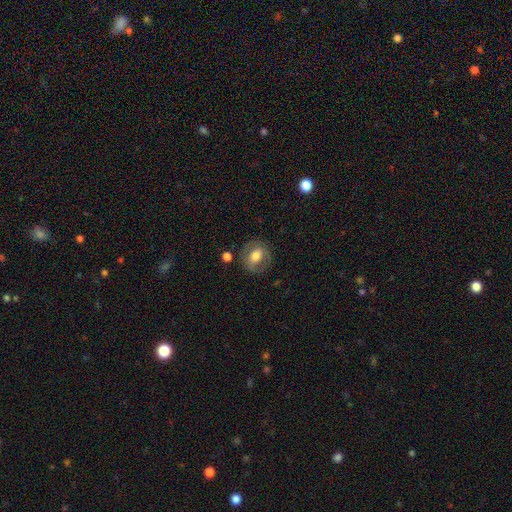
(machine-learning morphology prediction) smooth-or-featured: smooth: 55% | featured or disk: 37% | star or artifact: 8%
  how-rounded: round: 57% | in between: 42% | cigar-shaped: 1%
  merging: none: 76% | minor disturbance: 14% | major disturbance: 7% | merger: 3%